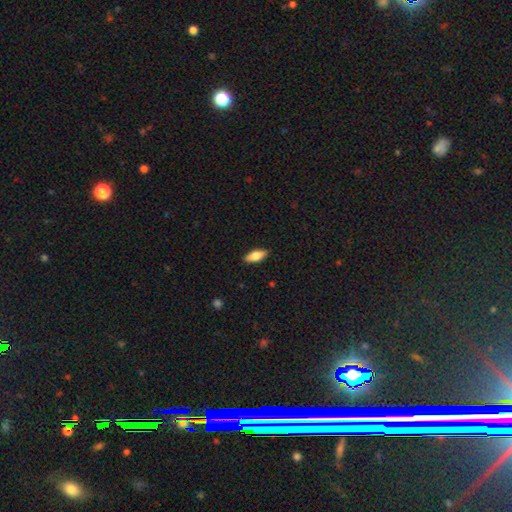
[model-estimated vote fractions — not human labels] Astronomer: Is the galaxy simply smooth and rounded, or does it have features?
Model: smooth — 69%.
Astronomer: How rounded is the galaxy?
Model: in between — 76%.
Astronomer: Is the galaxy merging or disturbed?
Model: none — 89%.